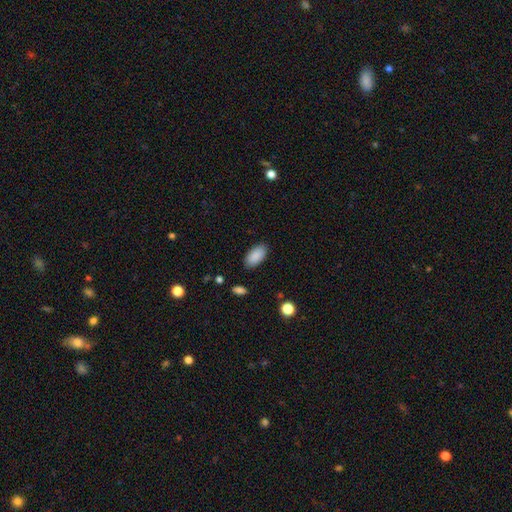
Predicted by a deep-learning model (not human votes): A smooth galaxy with no disk features (90%) that is in between round and cigar-shaped (94%).

Vote fractions:
- Smooth or featured? smooth: 90% / star or artifact: 7% / featured or disk: 4%
- How rounded? in between: 94% / cigar-shaped: 3% / round: 2%
- Merging? none: 88% / minor disturbance: 9% / major disturbance: 2% / merger: 1%